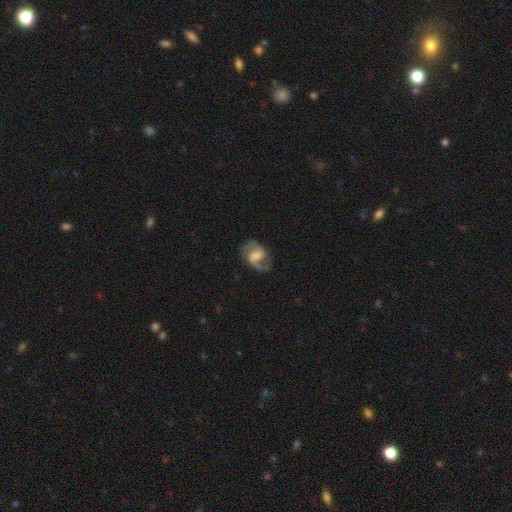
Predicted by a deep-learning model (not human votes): smooth_or_featured: featured or disk (p=0.84) [alt: smooth p=0.10]
disk_edge_on: no (p=0.98) [alt: yes p=0.02]
bar: weak (p=0.53) [alt: no p=0.25]
has_spiral_arms: yes (p=0.96) [alt: no p=0.04]
spiral_winding: medium (p=0.54) [alt: loose p=0.32]
spiral_arm_count: 2 (p=0.90) [alt: 1 p=0.04]
bulge_size: moderate (p=0.34) [alt: small p=0.27]
merging: none (p=0.77) [alt: minor disturbance p=0.15]